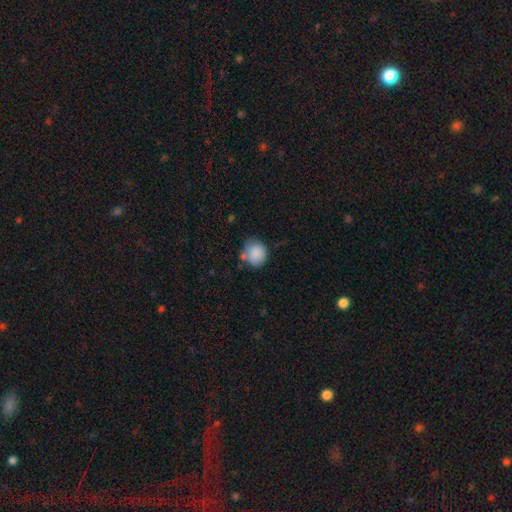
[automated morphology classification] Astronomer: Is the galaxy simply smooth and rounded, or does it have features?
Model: smooth — 87%.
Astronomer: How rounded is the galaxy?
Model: round — 79%.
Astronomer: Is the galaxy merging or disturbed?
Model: none — 61%.